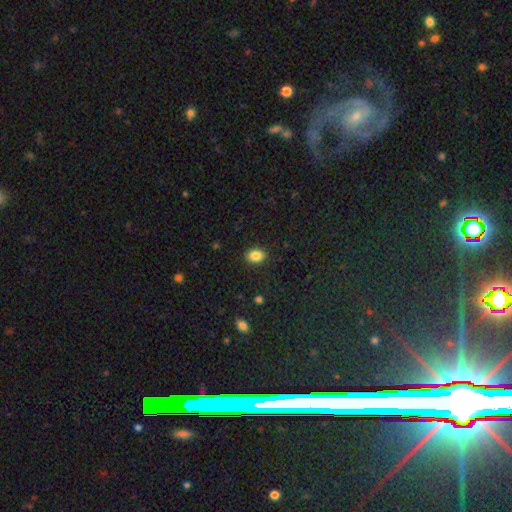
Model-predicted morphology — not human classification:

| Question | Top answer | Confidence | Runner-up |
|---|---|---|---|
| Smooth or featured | smooth | 86% | star or artifact (9%) |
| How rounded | in between | 74% | round (25%) |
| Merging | none | 88% | minor disturbance (8%) |